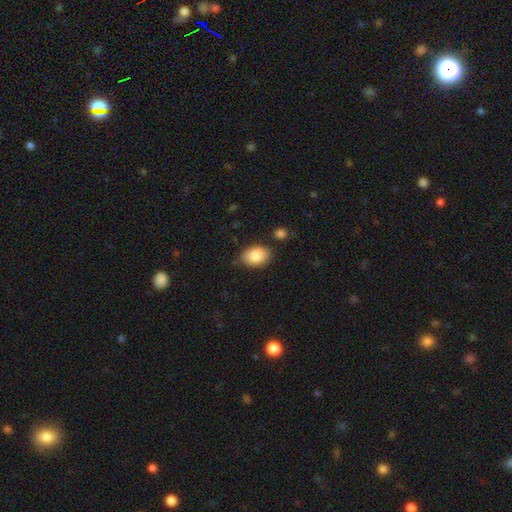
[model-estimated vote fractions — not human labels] This is clearly a smooth galaxy (88%). How rounded: clearly in between (85%). Merging: likely none (78%).